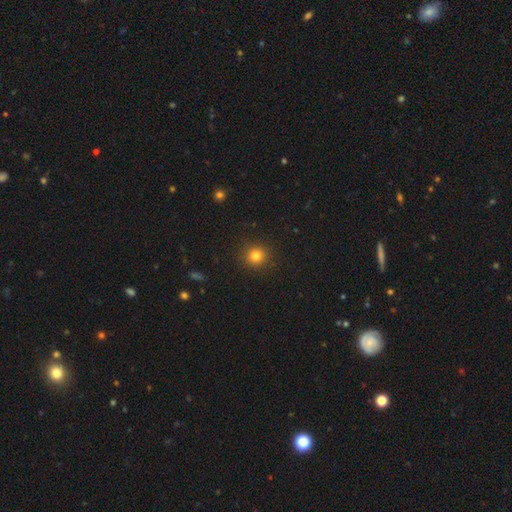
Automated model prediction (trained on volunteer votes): smooth_or_featured: smooth (p=0.81) [alt: star or artifact p=0.13]
how_rounded: round (p=0.92) [alt: in between p=0.07]
merging: none (p=0.91) [alt: minor disturbance p=0.06]